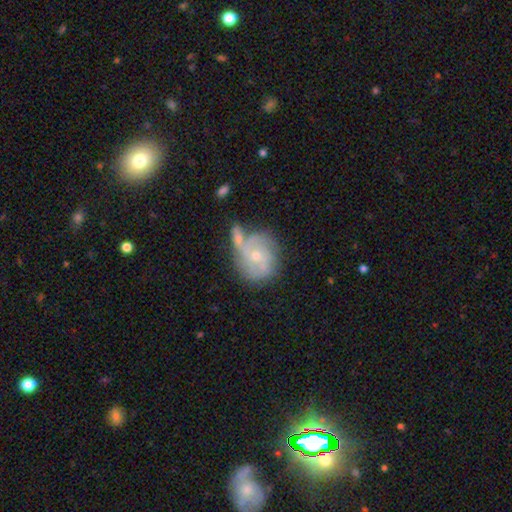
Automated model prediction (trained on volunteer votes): smooth_or_featured: featured or disk (p=0.68) [alt: smooth p=0.23]
disk_edge_on: no (p=0.97) [alt: yes p=0.03]
bar: no (p=0.72) [alt: weak p=0.23]
has_spiral_arms: yes (p=0.82) [alt: no p=0.18]
spiral_winding: tight (p=0.47) [alt: medium p=0.36]
spiral_arm_count: can't tell (p=0.36) [alt: 3 p=0.24]
bulge_size: small (p=0.61) [alt: moderate p=0.36]
merging: none (p=0.41) [alt: merger p=0.25]